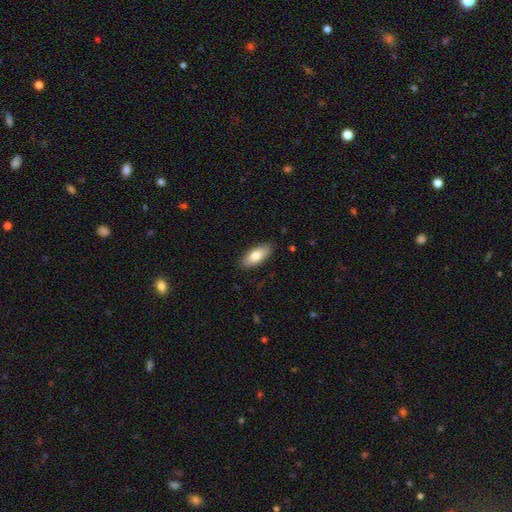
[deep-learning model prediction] Q: Smooth or featured?
A: smooth (80%); runner-up: featured or disk (14%)
Q: How rounded?
A: in between (85%); runner-up: cigar-shaped (13%)
Q: Merging?
A: none (88%); runner-up: minor disturbance (10%)